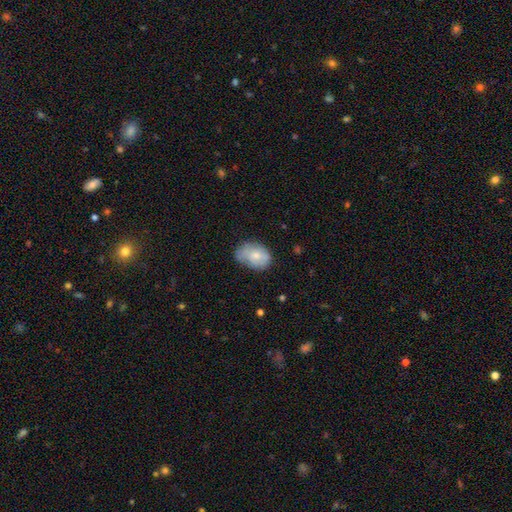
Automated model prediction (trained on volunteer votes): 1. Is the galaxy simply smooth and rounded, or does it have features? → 68% smooth, 25% featured or disk, 7% star or artifact.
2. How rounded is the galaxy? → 78% in between, 21% round, 1% cigar-shaped.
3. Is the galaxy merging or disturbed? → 47% none, 38% minor disturbance, 12% major disturbance, 3% merger.